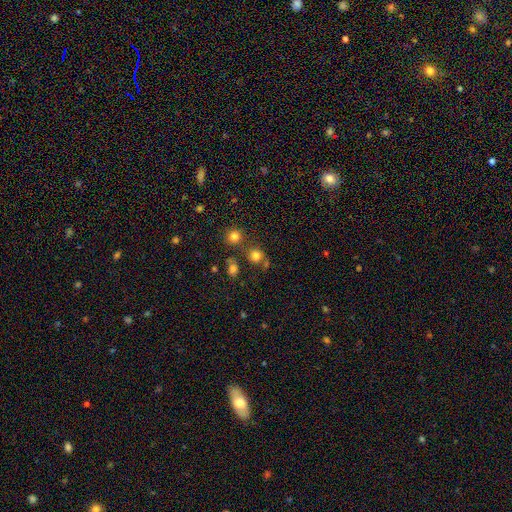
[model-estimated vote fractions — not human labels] Smooth or featured: smooth — 76% (star or artifact — 16%)
How rounded: round — 84% (in between — 15%)
Merging: none — 66% (merger — 17%)